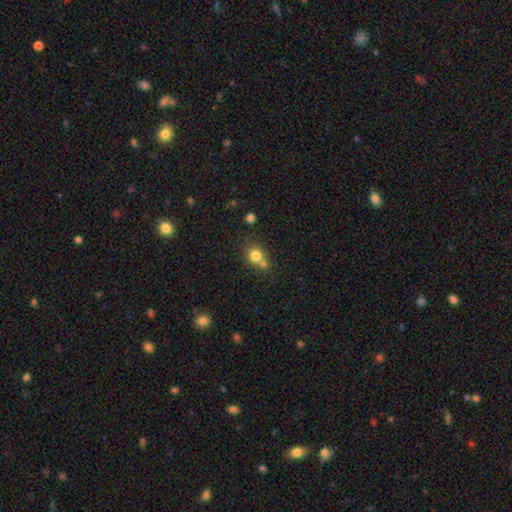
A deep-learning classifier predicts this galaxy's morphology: The model was most divided on "merging": none: 50%, merger: 36%, minor disturbance: 11%, major disturbance: 4%. More confident: smooth or featured — smooth (78%); how rounded — round (77%).